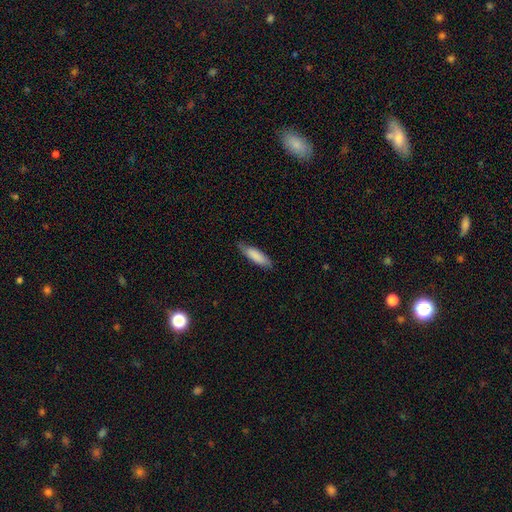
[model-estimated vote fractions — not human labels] This is clearly a smooth galaxy (83%). How rounded: possibly cigar-shaped (51%). Merging: likely none (72%).